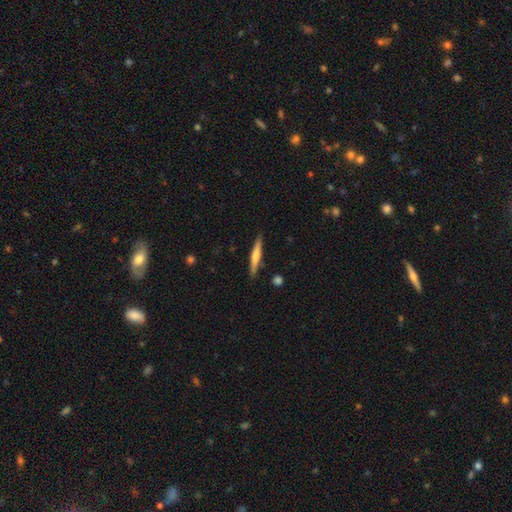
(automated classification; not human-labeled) The model was most divided on "smooth or featured": smooth: 48%, featured or disk: 46%, star or artifact: 6%. More confident: merging — none (87%).